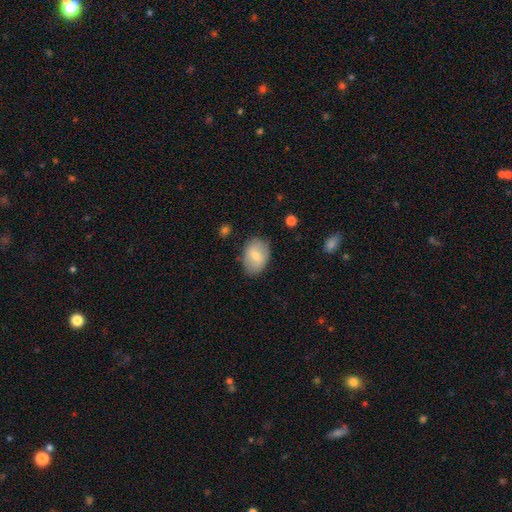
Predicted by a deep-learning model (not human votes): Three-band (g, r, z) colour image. It shows a smooth galaxy with no disk features (69%) that is in between round and cigar-shaped (78%). Merging: none (80%).